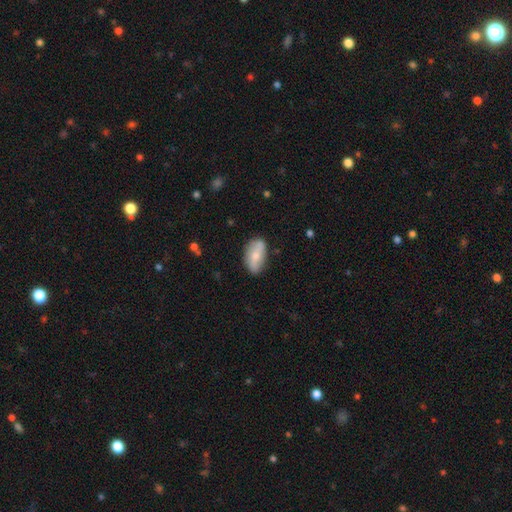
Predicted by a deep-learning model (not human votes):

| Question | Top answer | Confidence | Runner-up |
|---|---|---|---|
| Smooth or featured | smooth | 59% | featured or disk (35%) |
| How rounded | in between | 90% | cigar-shaped (5%) |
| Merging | none | 74% | minor disturbance (19%) |